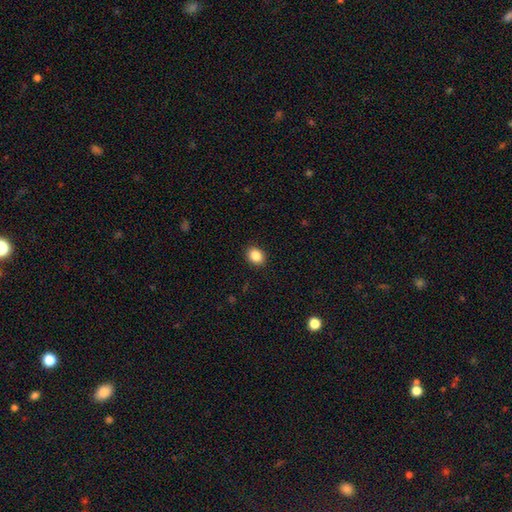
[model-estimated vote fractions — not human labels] Smooth or featured? Predicted: smooth (p=0.86). How rounded? Predicted: round (p=0.52). Merging? Predicted: none (p=0.91).